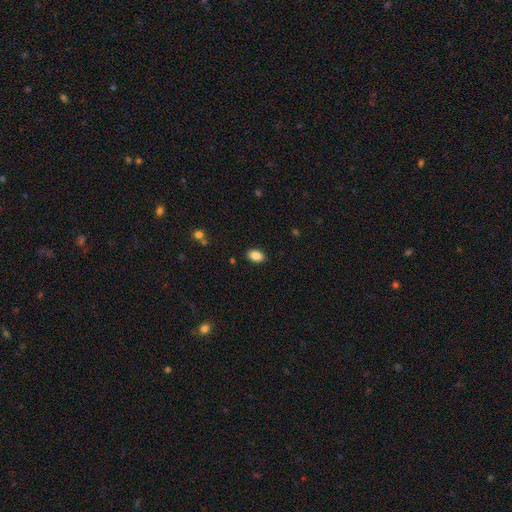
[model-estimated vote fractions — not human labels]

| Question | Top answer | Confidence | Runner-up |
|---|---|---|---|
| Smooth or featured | smooth | 87% | star or artifact (8%) |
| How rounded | in between | 87% | round (12%) |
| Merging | none | 87% | minor disturbance (10%) |